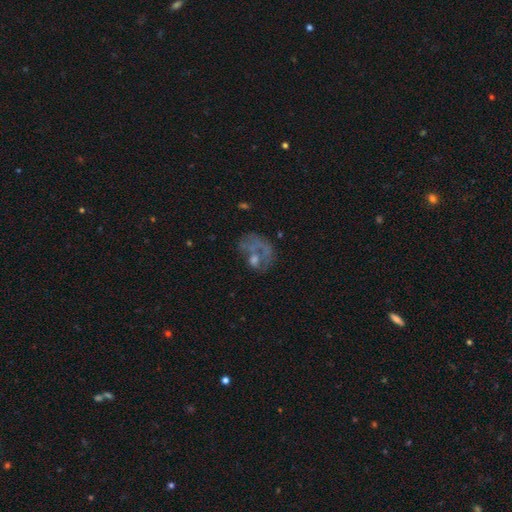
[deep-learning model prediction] Smooth or featured: featured or disk — 55% (smooth — 30%)
Edge-on disk: no — 98% (yes — 2%)
Bar: no — 89% (weak — 9%)
Spiral arms: no — 75% (yes — 25%)
Bulge size: none — 40% (moderate — 31%)
Merging: major disturbance — 38% (none — 34%)